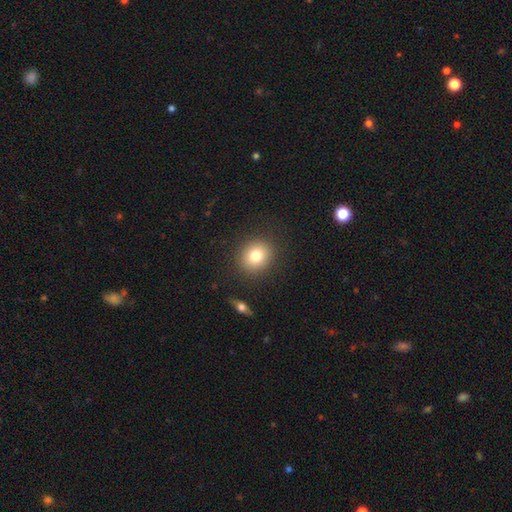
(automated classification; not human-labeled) Morphology: type=smooth (79%); roundness=round (79%); merging=none (88%).